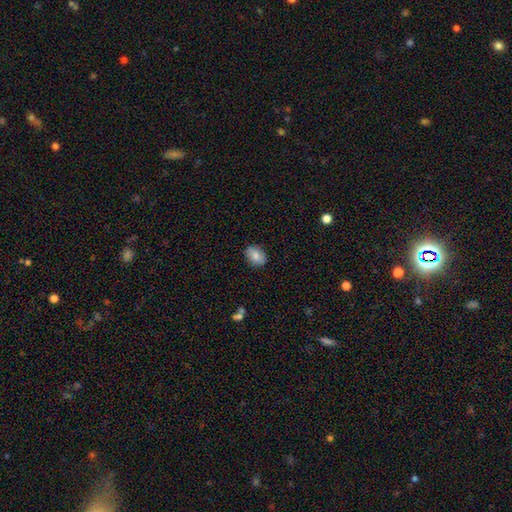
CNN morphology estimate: type=smooth (81%); roundness=in between (69%); merging=none (86%).